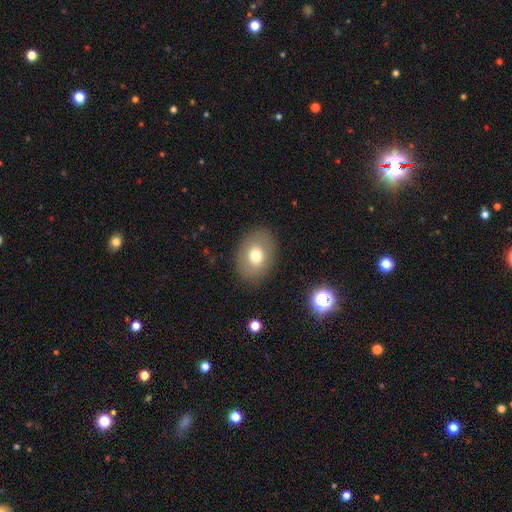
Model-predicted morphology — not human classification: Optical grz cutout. It shows a smooth galaxy with no disk features (71%) that is in between round and cigar-shaped (67%). Merging: none (86%).